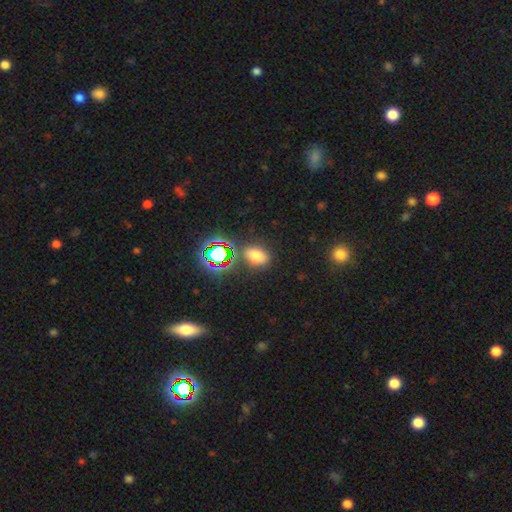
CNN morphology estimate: type=smooth (63%); roundness=in between (81%); merging=none (78%).